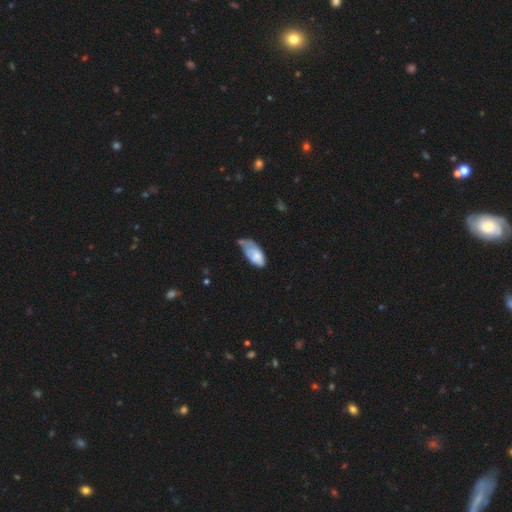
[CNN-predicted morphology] Smooth or featured?
  - smooth: 72% *
  - featured or disk: 21%
  - star or artifact: 7%
How rounded?
  - in between: 91% *
  - cigar-shaped: 7%
  - round: 2%
Merging?
  - minor disturbance: 44% *
  - major disturbance: 25%
  - none: 23%
  - merger: 8%